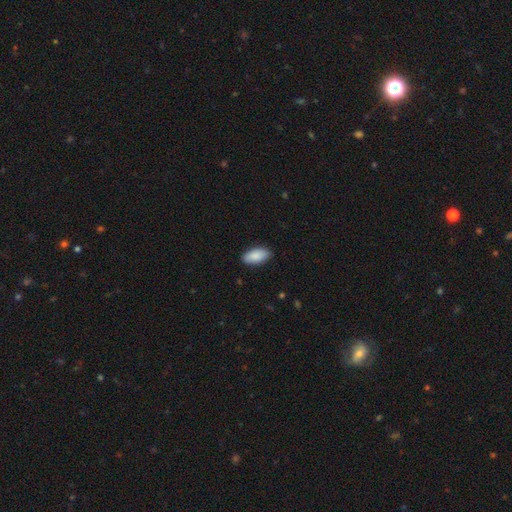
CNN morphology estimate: type=smooth (90%); roundness=in between (93%); merging=none (88%).